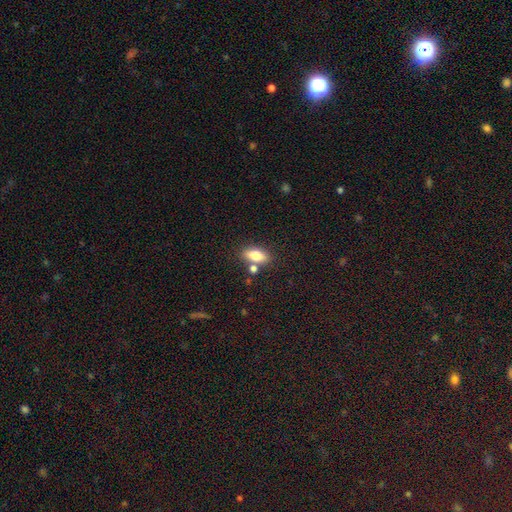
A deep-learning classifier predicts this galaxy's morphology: Smooth or featured? smooth (76%)
How rounded? in between (82%)
Merging? none (70%)